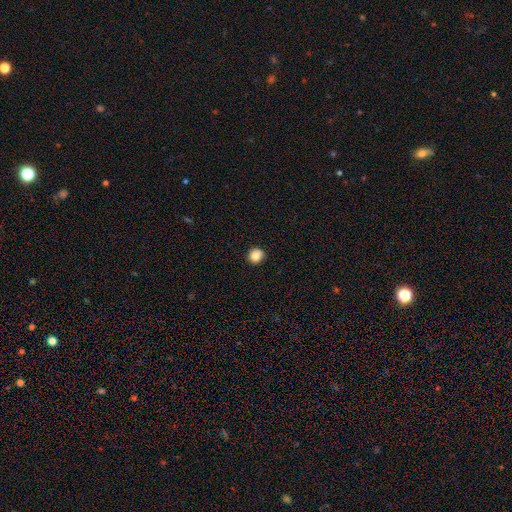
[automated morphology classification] A smooth galaxy with no disk features (84%) that is round (89%).

Vote fractions:
- Smooth or featured? smooth: 84% / star or artifact: 10% / featured or disk: 5%
- How rounded? round: 89% / in between: 10% / cigar-shaped: 1%
- Merging? none: 88% / minor disturbance: 9% / major disturbance: 2% / merger: 1%